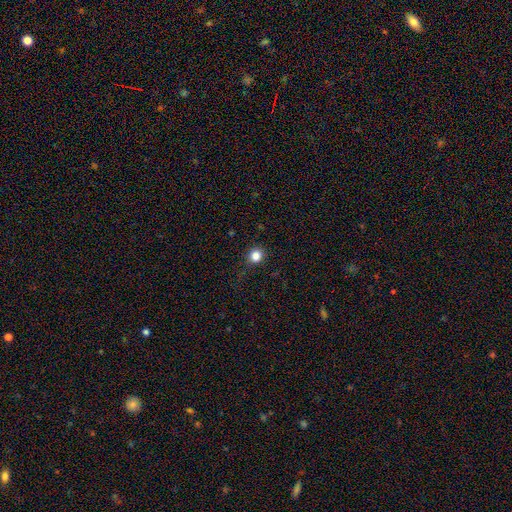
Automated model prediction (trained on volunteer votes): Smooth or featured: smooth — 83% (star or artifact — 13%)
How rounded: round — 91% (in between — 8%)
Merging: none — 86% (minor disturbance — 9%)